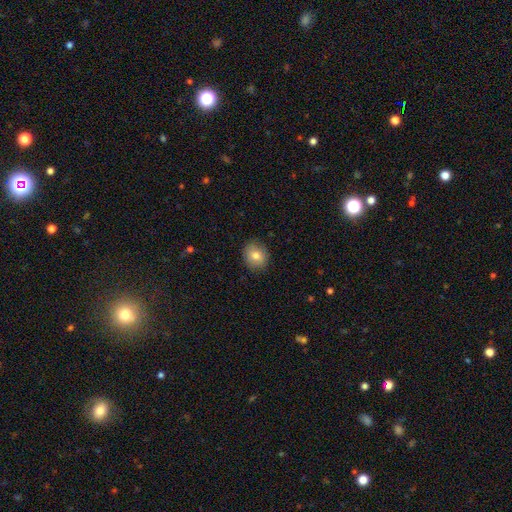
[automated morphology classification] Q: Smooth or featured?
A: smooth (79%); runner-up: featured or disk (12%)
Q: How rounded?
A: round (71%); runner-up: in between (28%)
Q: Merging?
A: none (87%); runner-up: minor disturbance (10%)